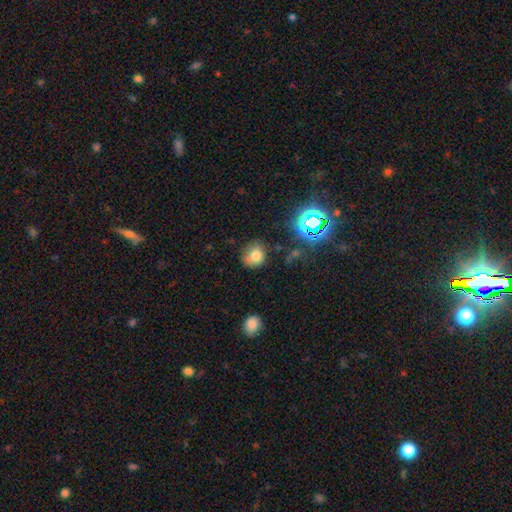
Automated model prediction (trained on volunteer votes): This appears to be a smooth galaxy with no disk features (73%) that is round (70%). Merging: none (62%).